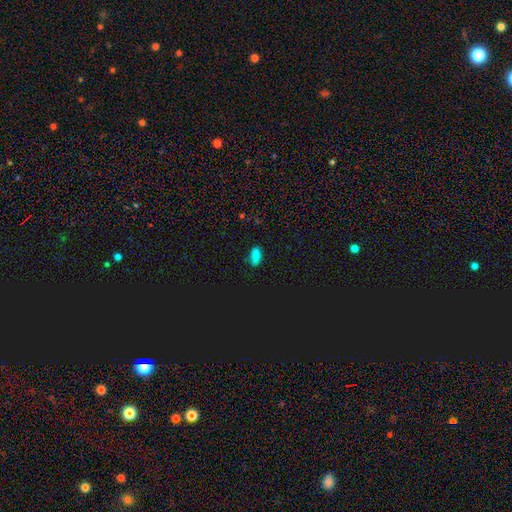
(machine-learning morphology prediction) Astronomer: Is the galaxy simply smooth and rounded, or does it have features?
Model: smooth — 74%.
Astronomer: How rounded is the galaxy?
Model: in between — 89%.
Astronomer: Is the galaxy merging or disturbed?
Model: none — 75%.